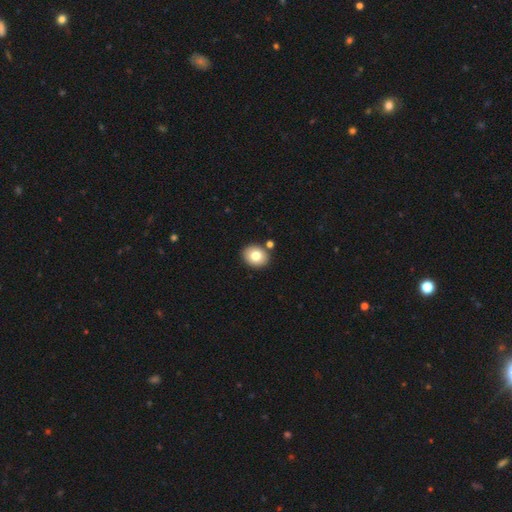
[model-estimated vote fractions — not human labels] Smooth or featured? Predicted: smooth (p=0.79). How rounded? Predicted: round (p=0.55). Merging? Predicted: none (p=0.84).